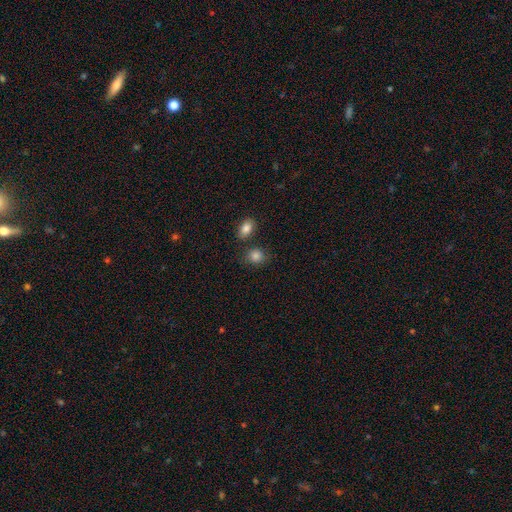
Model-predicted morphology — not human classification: This appears to be a smooth galaxy with no disk features (85%) that is round (65%). Merging: none (72%).